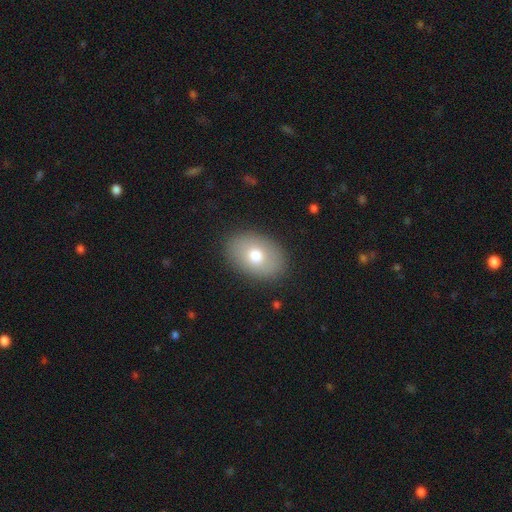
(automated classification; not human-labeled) Smooth or featured? Predicted: smooth (p=0.73). How rounded? Predicted: in between (p=0.84). Merging? Predicted: none (p=0.87).